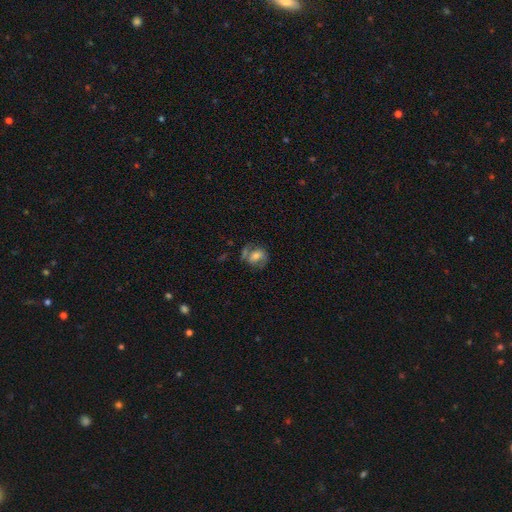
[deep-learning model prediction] smooth-or-featured: smooth: 48% | featured or disk: 43% | star or artifact: 9%
  merging: none: 49% | minor disturbance: 21% | major disturbance: 16% | merger: 13%